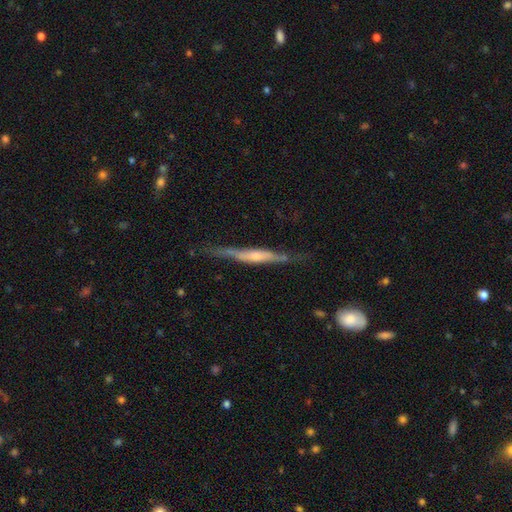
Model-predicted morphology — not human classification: A featured or disk galaxy (70%) viewed edge-on (92%) with a rounded central bulge (52%). Merging: none (69%).